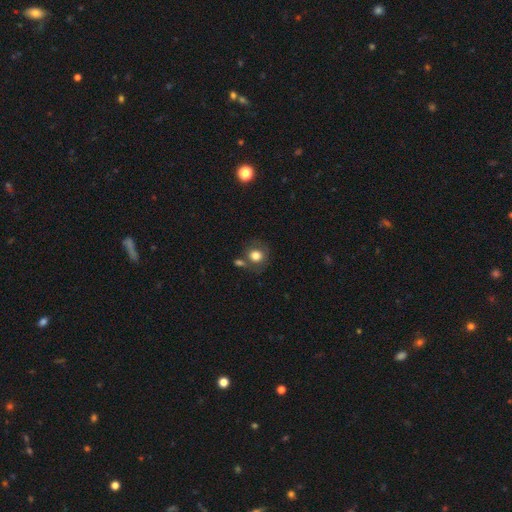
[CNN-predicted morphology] This appears to be a smooth galaxy with no disk features (76%) that is round (78%). Merging: none (60%).